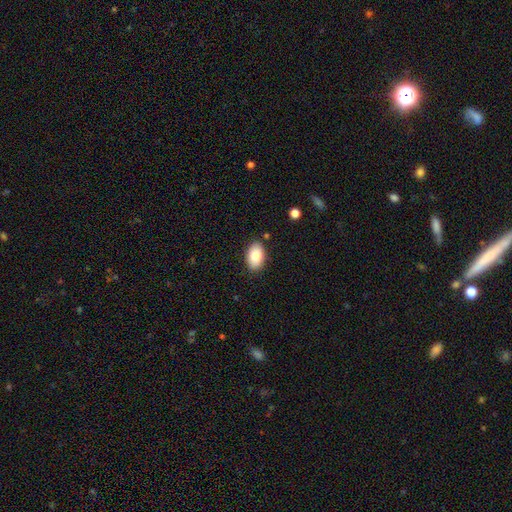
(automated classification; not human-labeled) Smooth or featured: smooth — 84% (featured or disk — 9%)
How rounded: in between — 92% (round — 6%)
Merging: none — 85% (minor disturbance — 11%)